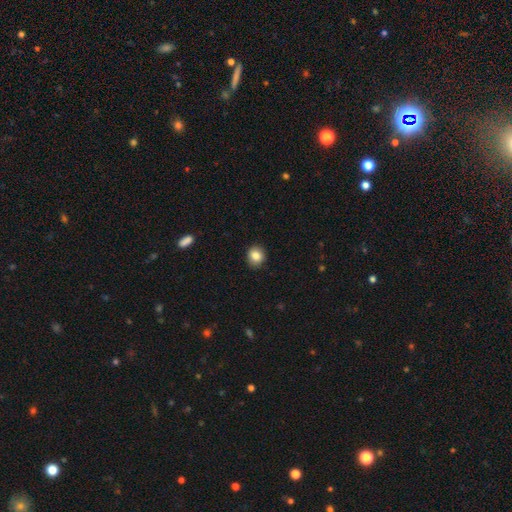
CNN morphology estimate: smooth-or-featured: smooth: 85% | star or artifact: 9% | featured or disk: 6%
  how-rounded: round: 76% | in between: 23% | cigar-shaped: 1%
  merging: none: 88% | minor disturbance: 9% | major disturbance: 2% | merger: 1%